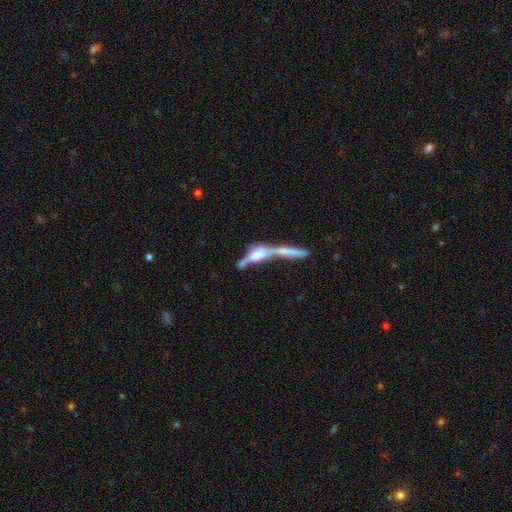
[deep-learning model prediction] Morphology: type=featured or disk (51%); edge-on=yes (64%); merging=merger (64%).